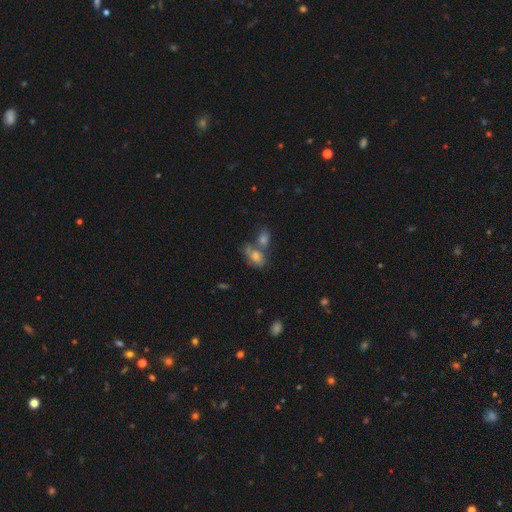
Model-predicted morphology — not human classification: smooth 69%, featured or disk 19%, star or artifact 12%. Down the decision tree: how rounded — in between (83%); merging — merger (48%).